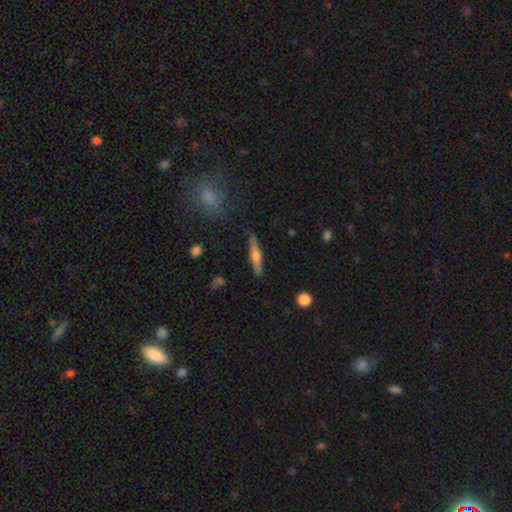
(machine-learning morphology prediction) smooth-or-featured: featured or disk: 47% | smooth: 46% | star or artifact: 7%
  merging: none: 83% | minor disturbance: 12% | major disturbance: 3% | merger: 2%